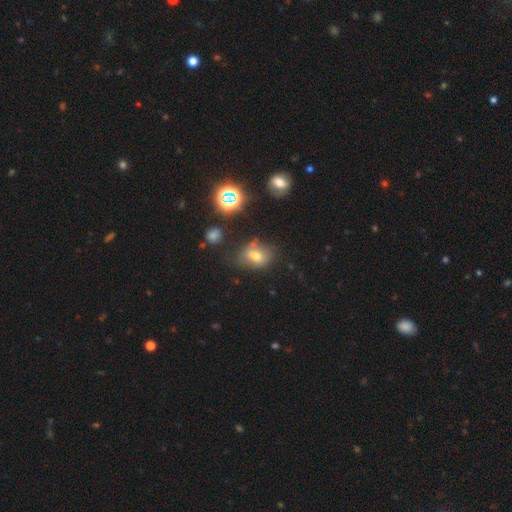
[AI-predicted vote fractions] Overall: smooth (65%). How rounded: in between (61%; round 38%). Merging: none (58%; minor disturbance 24%).